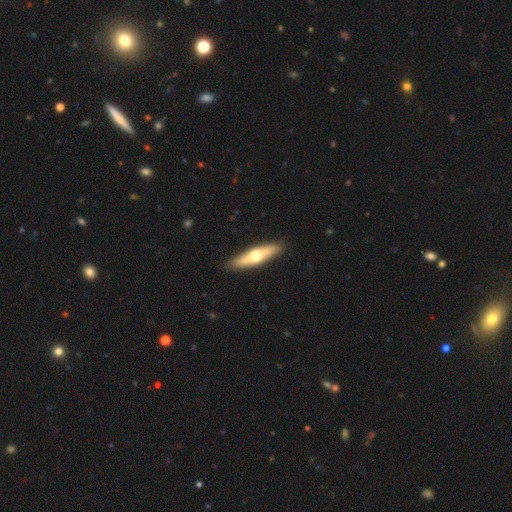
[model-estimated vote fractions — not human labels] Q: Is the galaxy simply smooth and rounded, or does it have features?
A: smooth — 48%, tied with featured or disk.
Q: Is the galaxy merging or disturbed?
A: none — 90%.